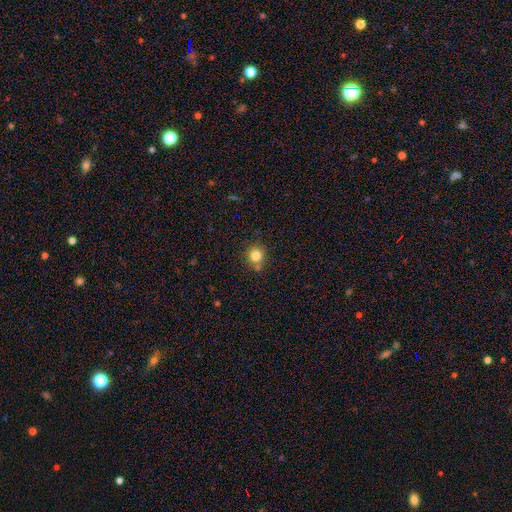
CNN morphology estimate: Smooth or featured?
  - smooth: 81% *
  - star or artifact: 12%
  - featured or disk: 7%
How rounded?
  - round: 91% *
  - in between: 8%
  - cigar-shaped: 1%
Merging?
  - none: 75% *
  - minor disturbance: 11%
  - merger: 11%
  - major disturbance: 3%